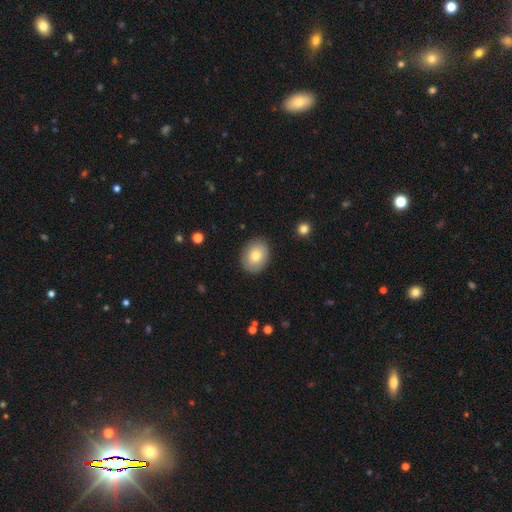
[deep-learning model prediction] smooth-or-featured: smooth: 79% | featured or disk: 14% | star or artifact: 7%
  how-rounded: in between: 62% | round: 37% | cigar-shaped: 1%
  merging: none: 88% | minor disturbance: 9% | major disturbance: 2% | merger: 1%